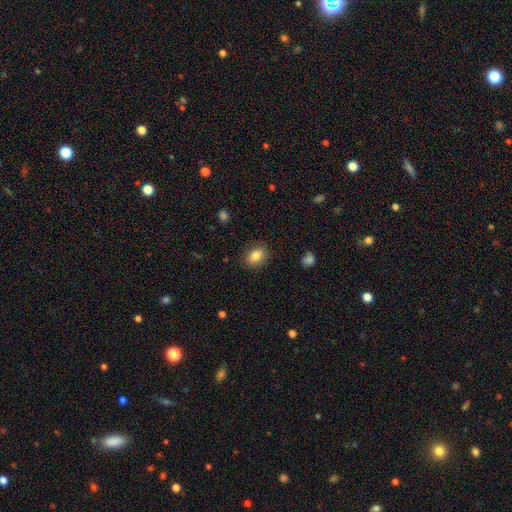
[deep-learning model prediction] Smooth or featured?
  - smooth: 83% *
  - star or artifact: 9%
  - featured or disk: 9%
How rounded?
  - in between: 79% *
  - round: 20%
  - cigar-shaped: 1%
Merging?
  - none: 86% *
  - minor disturbance: 10%
  - major disturbance: 3%
  - merger: 1%